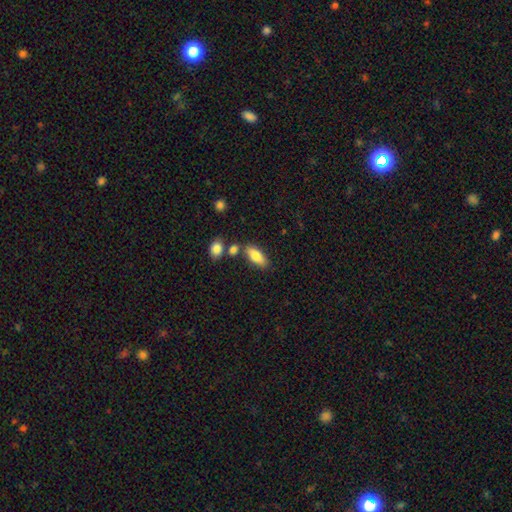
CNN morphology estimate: Overall: smooth (81%). How rounded: in between (78%). Merging: none (73%).